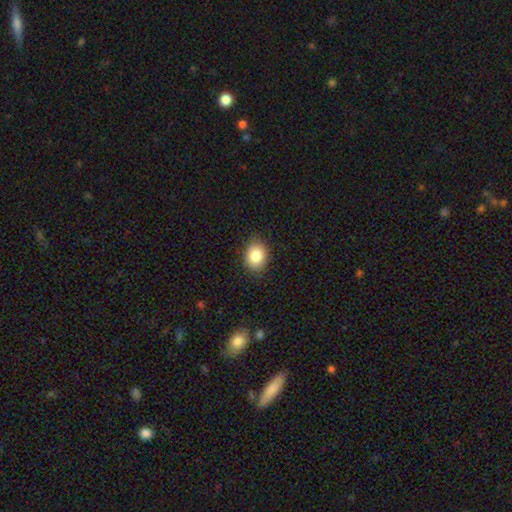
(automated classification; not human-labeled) Smooth or featured? Predicted: smooth (p=0.84). How rounded? Predicted: in between (p=0.56). Merging? Predicted: none (p=0.87).